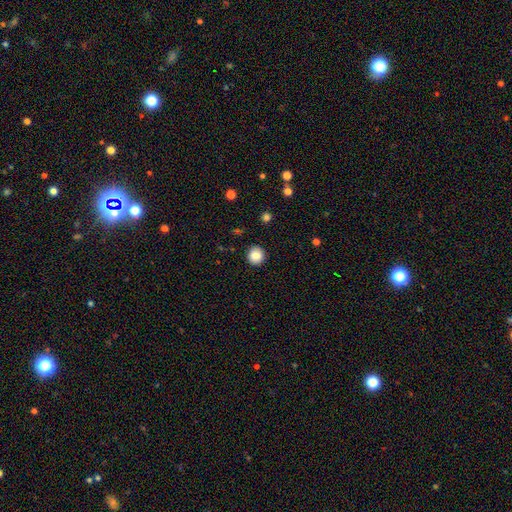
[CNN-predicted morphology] Q: Smooth or featured?
A: smooth (86%); runner-up: star or artifact (9%)
Q: How rounded?
A: round (92%); runner-up: in between (7%)
Q: Merging?
A: none (92%); runner-up: minor disturbance (5%)